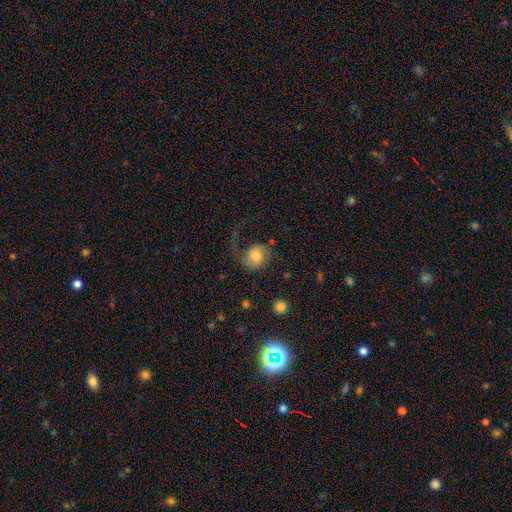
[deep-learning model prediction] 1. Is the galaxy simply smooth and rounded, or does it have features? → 59% featured or disk, 33% smooth, 8% star or artifact.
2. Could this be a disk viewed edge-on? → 97% no, 3% yes.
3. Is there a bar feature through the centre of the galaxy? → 64% no, 30% weak, 6% strong.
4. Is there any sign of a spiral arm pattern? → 91% yes, 9% no.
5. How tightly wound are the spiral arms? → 54% loose, 34% medium, 12% tight.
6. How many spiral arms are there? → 70% 2, 23% 1, 4% can't tell, 1% 3, 1% 4, 1% more than 4.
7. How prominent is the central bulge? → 62% moderate, 16% small, 16% large, 3% dominant, 3% none.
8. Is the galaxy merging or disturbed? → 46% none, 35% major disturbance, 17% minor disturbance, 3% merger.